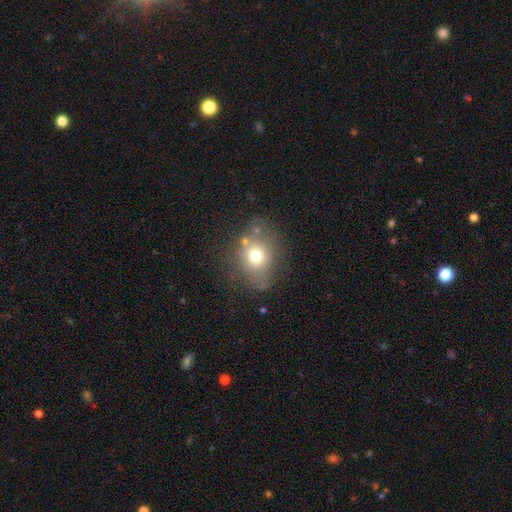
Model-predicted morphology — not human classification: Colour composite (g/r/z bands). It shows a smooth galaxy with no disk features (69%) that is round (61%). Merging: none (63%).